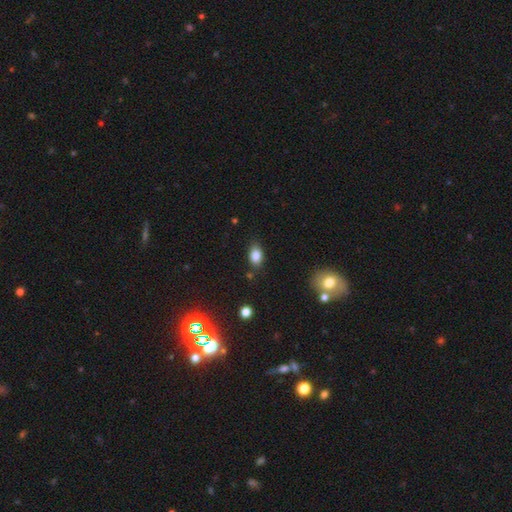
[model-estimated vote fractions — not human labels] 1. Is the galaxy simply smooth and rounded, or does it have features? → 83% smooth, 10% star or artifact, 7% featured or disk.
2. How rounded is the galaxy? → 87% in between, 11% round, 2% cigar-shaped.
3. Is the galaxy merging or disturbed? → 81% none, 14% minor disturbance, 3% merger, 3% major disturbance.